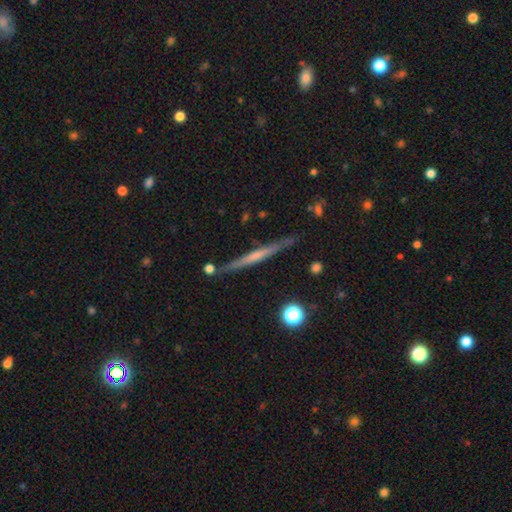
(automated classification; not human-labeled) Morphology: type=featured or disk (62%); edge-on=yes (97%); edge-on bulge=none (61%); merging=none (86%).